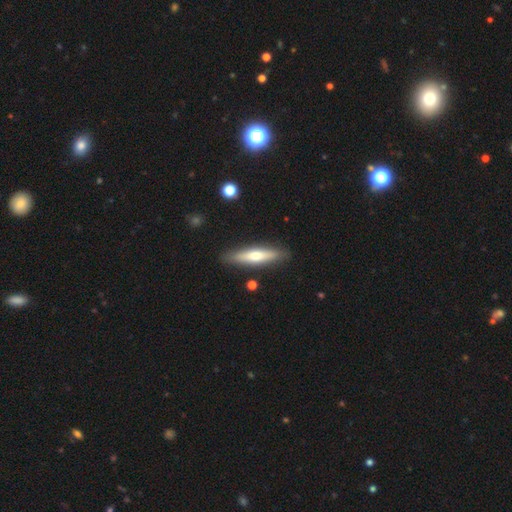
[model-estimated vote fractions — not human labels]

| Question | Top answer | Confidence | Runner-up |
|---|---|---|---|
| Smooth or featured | smooth | 54% | featured or disk (41%) |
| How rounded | cigar-shaped | 79% | in between (19%) |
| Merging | none | 88% | minor disturbance (8%) |